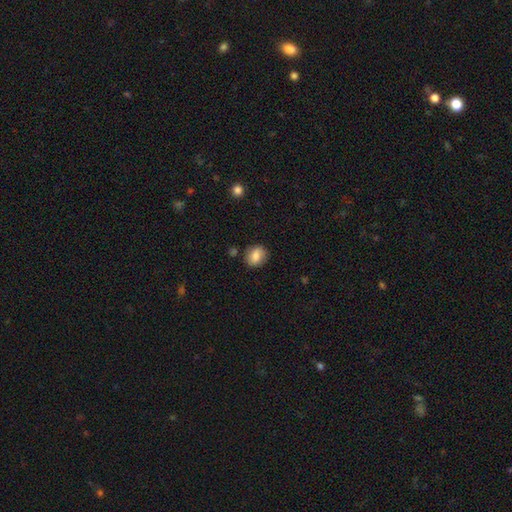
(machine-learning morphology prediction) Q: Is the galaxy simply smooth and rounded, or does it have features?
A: smooth — 79%.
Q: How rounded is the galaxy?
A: round — 59%.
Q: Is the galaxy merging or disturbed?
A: none — 83%.